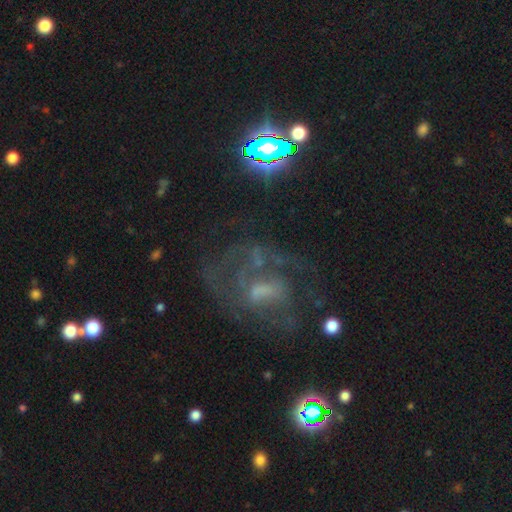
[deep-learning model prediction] Overall: featured or disk (61%; star or artifact 22%). Edge-on disk: no (97%). Bar: no (52%; weak 35%). Spiral arms: yes (61%; no 39%). Bulge size: none (36%; moderate 28%). Merging: none (47%; major disturbance 32%).